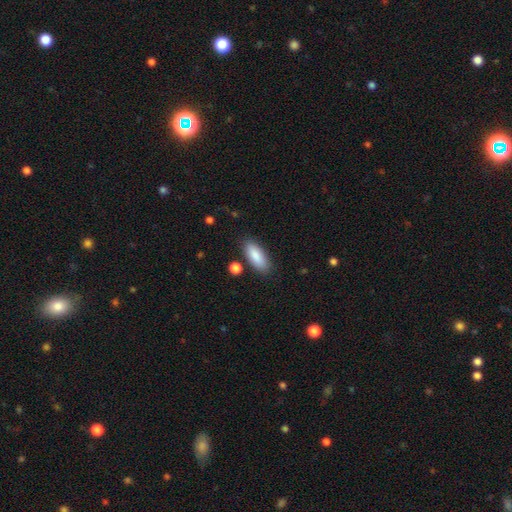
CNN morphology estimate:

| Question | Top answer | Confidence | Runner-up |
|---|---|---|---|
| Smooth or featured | smooth | 87% | featured or disk (7%) |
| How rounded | in between | 77% | cigar-shaped (21%) |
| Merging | none | 84% | minor disturbance (10%) |